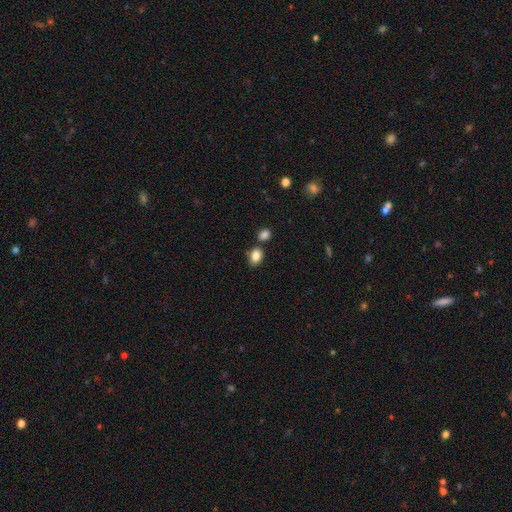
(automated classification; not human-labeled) Morphology: type=smooth (85%); roundness=in between (75%); merging=none (70%).